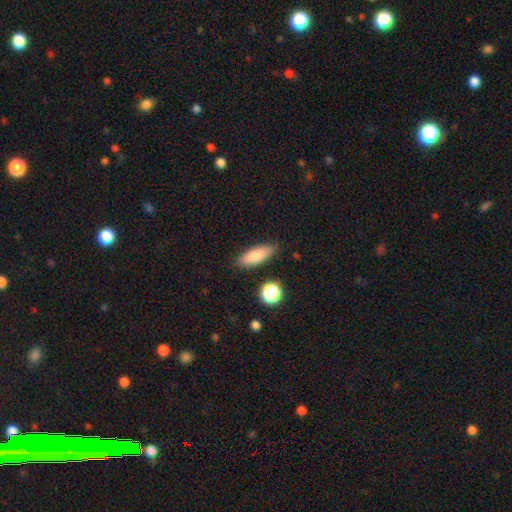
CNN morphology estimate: Smooth or featured: smooth — 84% (featured or disk — 9%)
How rounded: in between — 65% (cigar-shaped — 32%)
Merging: none — 84% (minor disturbance — 11%)